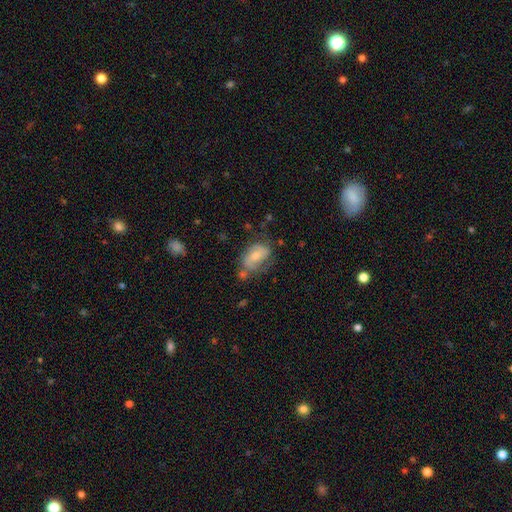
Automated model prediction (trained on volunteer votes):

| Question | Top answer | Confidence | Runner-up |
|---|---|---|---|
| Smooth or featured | featured or disk | 54% | smooth (38%) |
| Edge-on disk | no | 95% | yes (5%) |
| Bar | no | 47% | weak (41%) |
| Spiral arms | yes | 80% | no (20%) |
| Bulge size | moderate | 53% | small (33%) |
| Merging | none | 49% | minor disturbance (27%) |